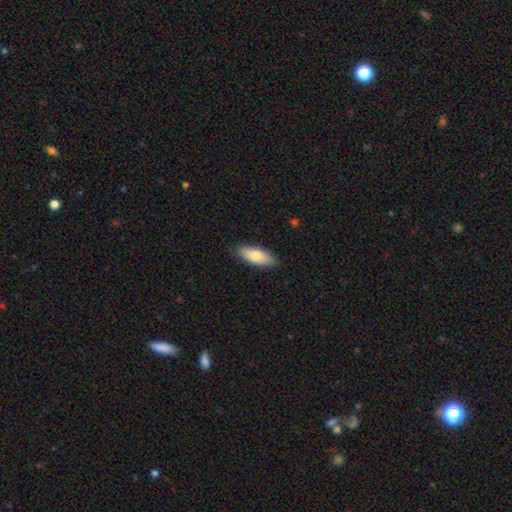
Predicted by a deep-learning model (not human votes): smooth_or_featured: smooth (p=0.79) [alt: featured or disk p=0.15]
how_rounded: in between (p=0.73) [alt: cigar-shaped p=0.25]
merging: none (p=0.87) [alt: minor disturbance p=0.10]